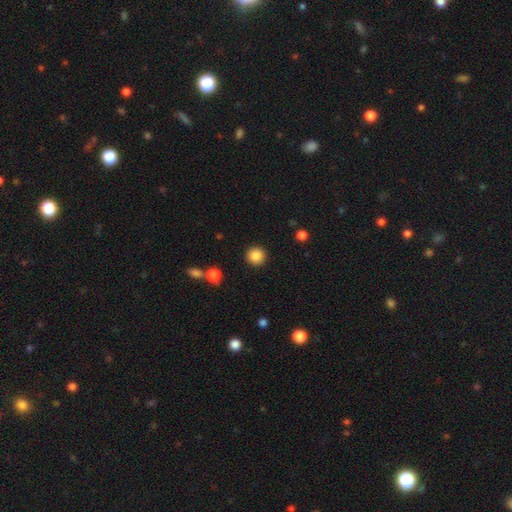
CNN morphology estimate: Smooth or featured: smooth — 87% (star or artifact — 10%)
How rounded: round — 94% (in between — 5%)
Merging: none — 91% (minor disturbance — 5%)